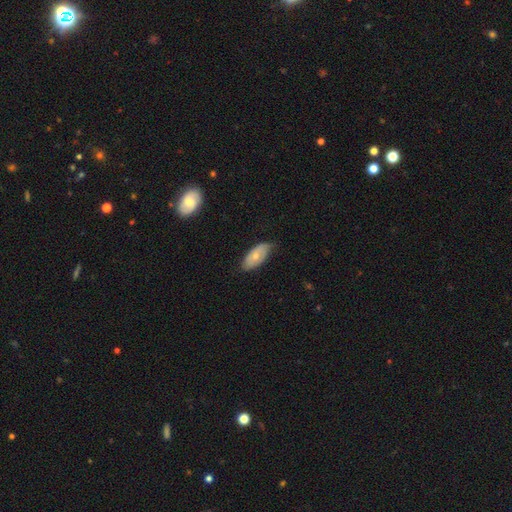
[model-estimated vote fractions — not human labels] smooth_or_featured: smooth (p=0.57) [alt: featured or disk p=0.37]
how_rounded: in between (p=0.90) [alt: cigar-shaped p=0.06]
merging: none (p=0.66) [alt: minor disturbance p=0.28]